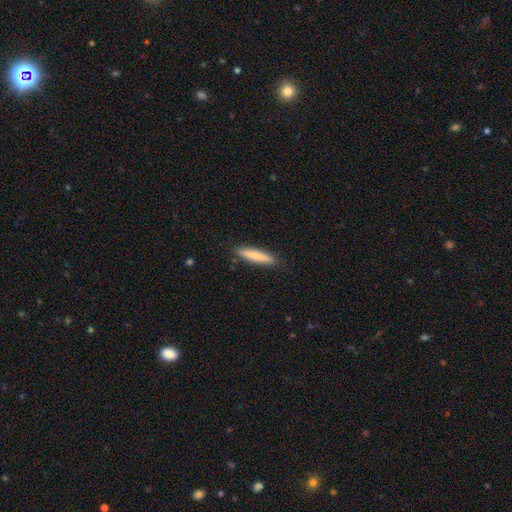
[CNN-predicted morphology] smooth_or_featured: smooth (p=0.77) [alt: featured or disk p=0.17]
how_rounded: cigar-shaped (p=0.89) [alt: in between p=0.09]
merging: none (p=0.88) [alt: minor disturbance p=0.09]